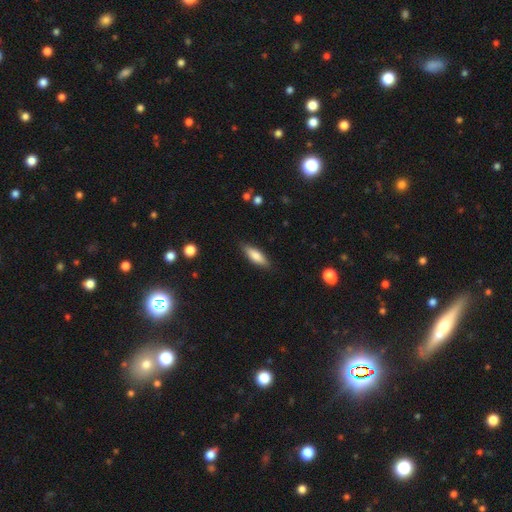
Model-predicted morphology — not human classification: Smooth or featured? smooth (76%)
How rounded? in between (50%)
Merging? none (85%)